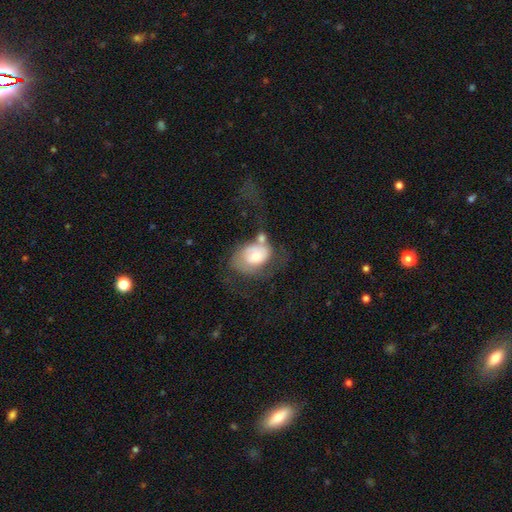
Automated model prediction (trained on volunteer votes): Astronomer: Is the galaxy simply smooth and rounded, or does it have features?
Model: smooth — 47% (runner-up: featured or disk, 46%).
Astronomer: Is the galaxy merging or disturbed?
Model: major disturbance — 31% (runner-up: none, 26%).